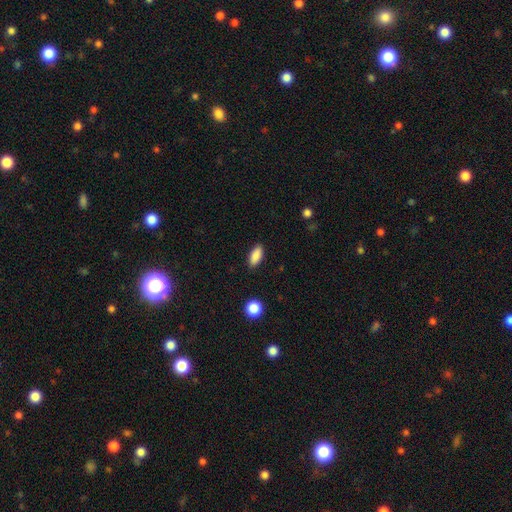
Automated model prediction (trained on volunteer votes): Overall: smooth (88%). How rounded: in between (85%). Merging: none (88%).